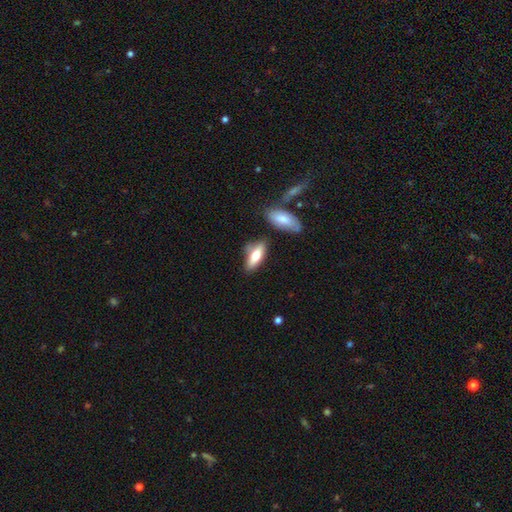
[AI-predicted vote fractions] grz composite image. It shows a smooth galaxy with no disk features (68%) that is in between round and cigar-shaped (66%). Merging: none (68%).